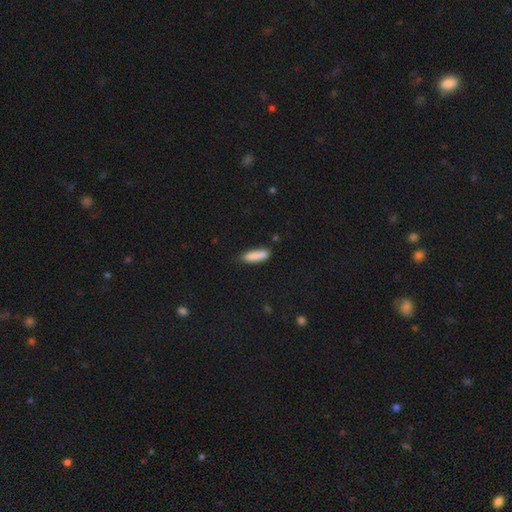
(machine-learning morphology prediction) smooth-or-featured: smooth: 86% | featured or disk: 7% | star or artifact: 6%
  how-rounded: cigar-shaped: 65% | in between: 34% | round: 2%
  merging: none: 77% | minor disturbance: 17% | major disturbance: 3% | merger: 3%